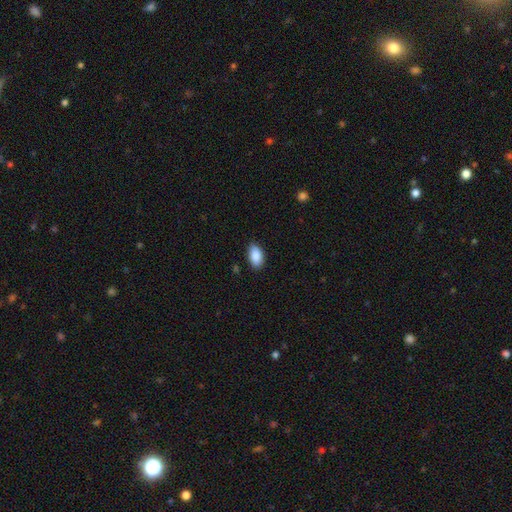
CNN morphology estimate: type=smooth (89%); roundness=in between (93%); merging=none (84%).